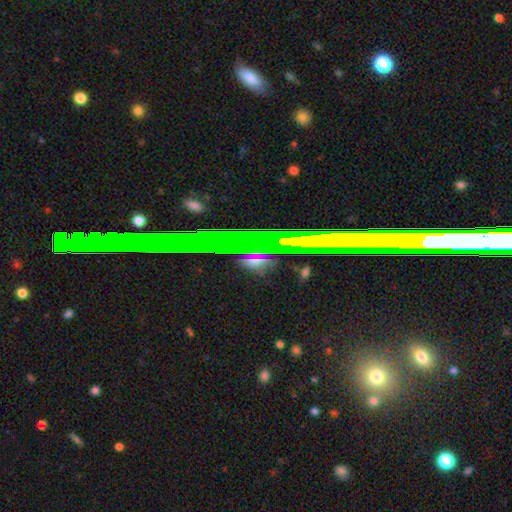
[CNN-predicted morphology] A star or artifact, not a galaxy (61%).

Vote fractions:
- Smooth or featured? star or artifact: 61% / smooth: 23% / featured or disk: 16%